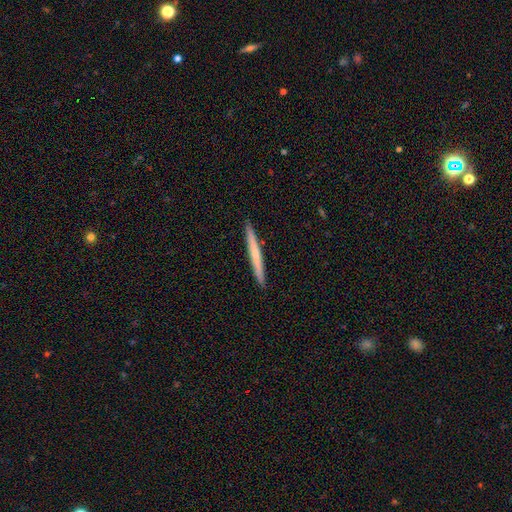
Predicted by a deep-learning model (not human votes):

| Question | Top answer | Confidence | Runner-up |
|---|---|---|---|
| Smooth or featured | smooth | 55% | featured or disk (39%) |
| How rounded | cigar-shaped | 97% | in between (2%) |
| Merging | none | 93% | minor disturbance (5%) |